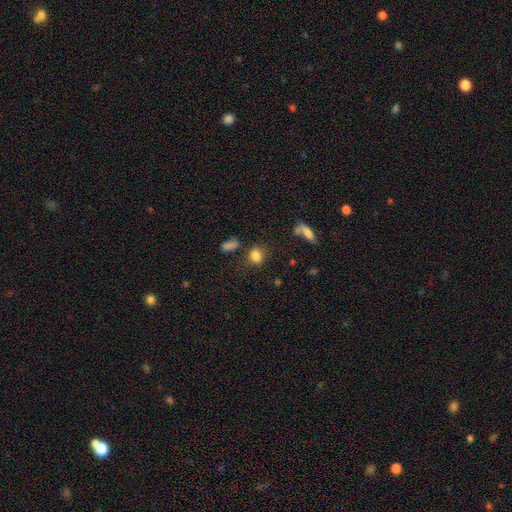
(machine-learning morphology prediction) The model was most divided on "how rounded": in between: 55%, round: 43%, cigar-shaped: 2%. More confident: smooth or featured — smooth (82%); merging — none (68%).